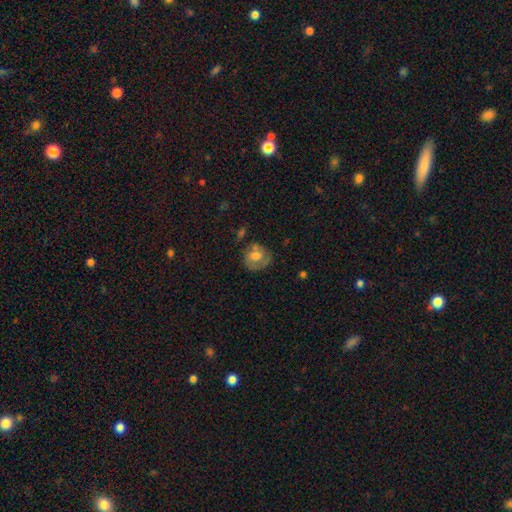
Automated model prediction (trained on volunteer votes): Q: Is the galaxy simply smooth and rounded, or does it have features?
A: smooth — 56%.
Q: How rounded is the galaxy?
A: round — 70%.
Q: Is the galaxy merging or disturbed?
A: none — 55%.